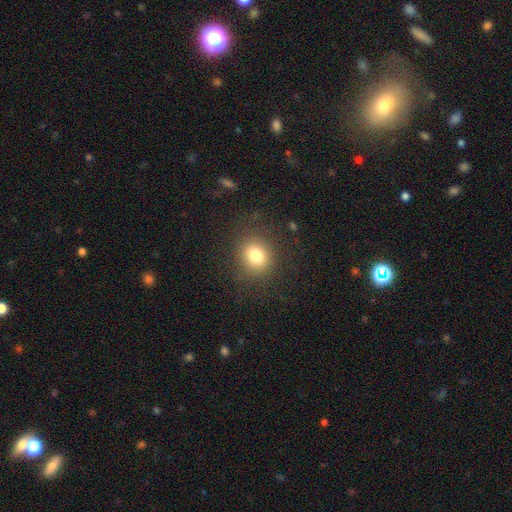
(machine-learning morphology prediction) The model was most divided on "how rounded": round: 76%, in between: 23%, cigar-shaped: 1%. More confident: merging — none (85%); smooth or featured — smooth (79%).